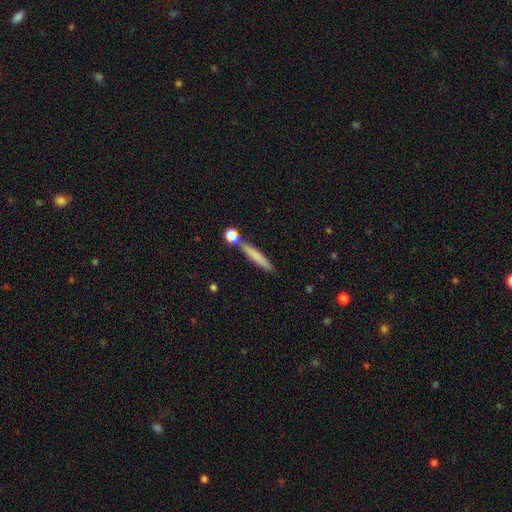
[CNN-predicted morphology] Overall: smooth (72%). How rounded: cigar-shaped (91%). Merging: none (74%).